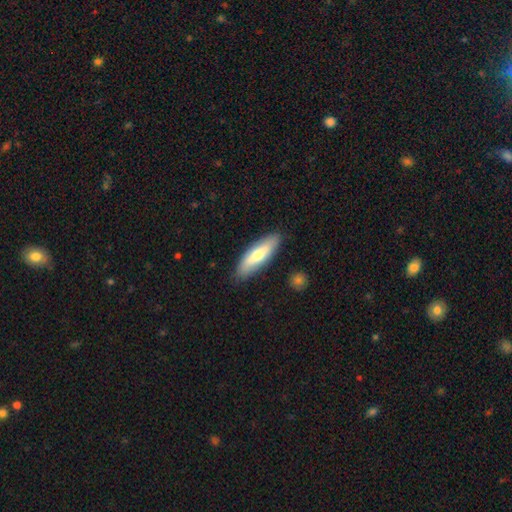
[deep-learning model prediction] A smooth galaxy with no disk features (68%) that is cigar-shaped (52%). Merging: none (87%).